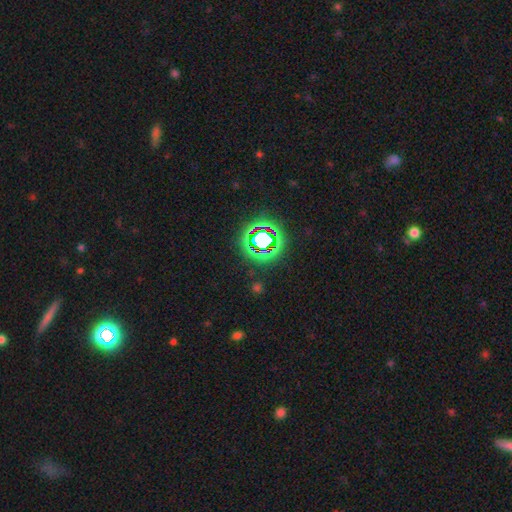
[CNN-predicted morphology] Smooth or featured? star or artifact (76%)